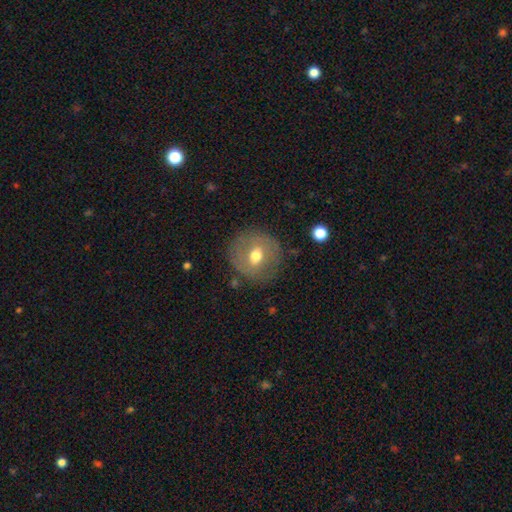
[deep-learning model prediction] The model was most divided on "smooth or featured": smooth: 55%, featured or disk: 36%, star or artifact: 9%. More confident: how rounded — round (84%); merging — none (80%).